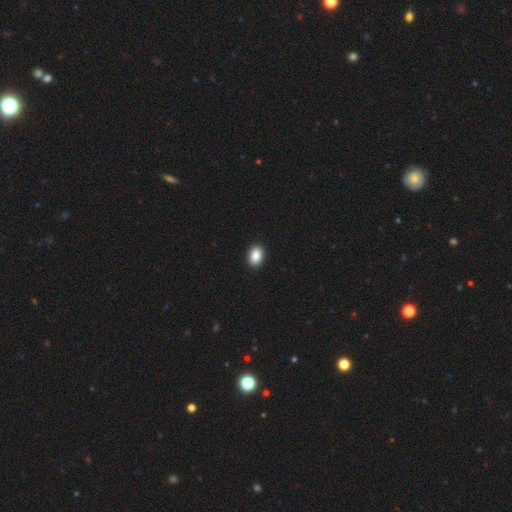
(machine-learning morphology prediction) A smooth galaxy with no disk features (87%) that is in between round and cigar-shaped (83%).

Vote fractions:
- Smooth or featured? smooth: 87% / star or artifact: 8% / featured or disk: 5%
- How rounded? in between: 83% / round: 16% / cigar-shaped: 1%
- Merging? none: 92% / minor disturbance: 6% / major disturbance: 1% / merger: 1%